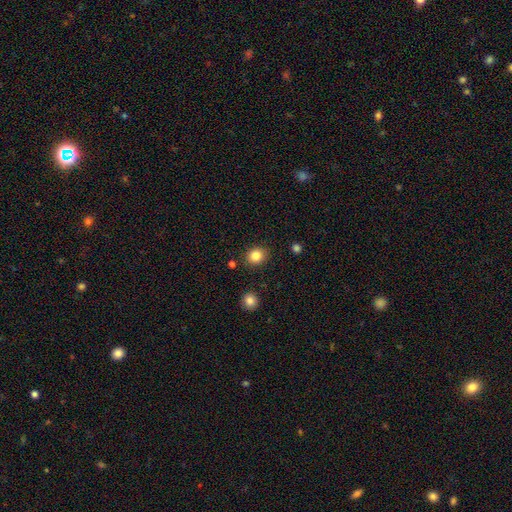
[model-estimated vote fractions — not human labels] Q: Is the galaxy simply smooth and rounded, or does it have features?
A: smooth — 84%.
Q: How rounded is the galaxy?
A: round — 70%.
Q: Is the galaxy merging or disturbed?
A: none — 87%.